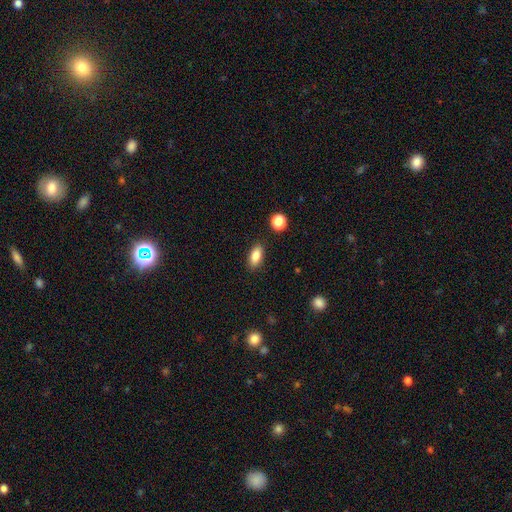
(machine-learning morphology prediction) Smooth or featured: smooth — 84% (star or artifact — 8%)
How rounded: in between — 85% (cigar-shaped — 11%)
Merging: none — 87% (minor disturbance — 9%)